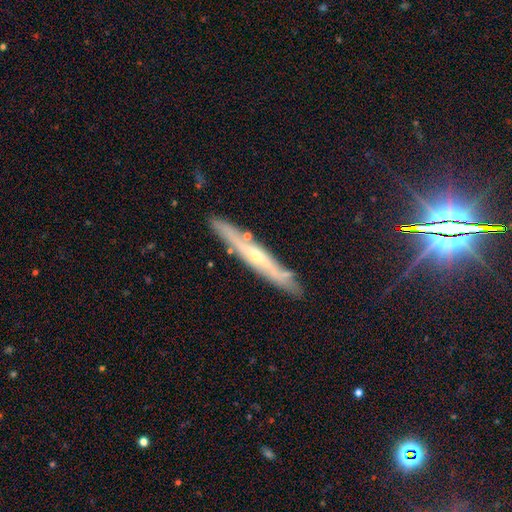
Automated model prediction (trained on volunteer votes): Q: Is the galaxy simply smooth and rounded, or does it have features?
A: featured or disk — 72%.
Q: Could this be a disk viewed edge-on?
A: yes — 86%.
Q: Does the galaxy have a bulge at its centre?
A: rounded — 65%.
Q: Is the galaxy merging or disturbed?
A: none — 84%.